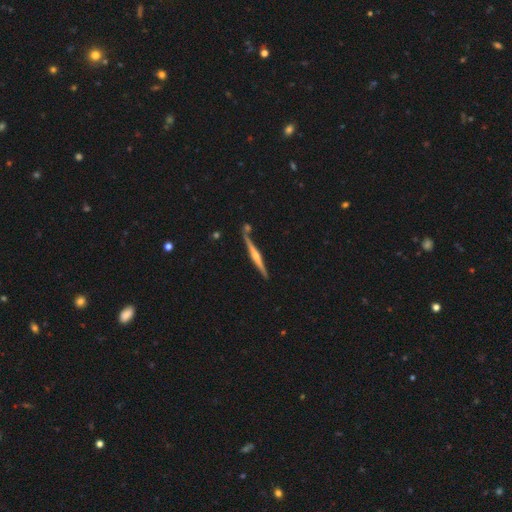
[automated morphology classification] Q: Smooth or featured?
A: featured or disk (73%); runner-up: smooth (21%)
Q: Edge-on disk?
A: yes (98%); runner-up: no (2%)
Q: Edge-on bulge?
A: rounded (74%); runner-up: none (14%)
Q: Merging?
A: none (76%); runner-up: minor disturbance (11%)